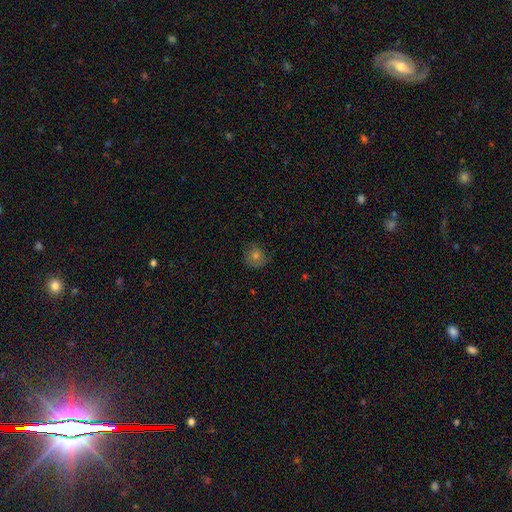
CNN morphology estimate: Smooth or featured? Predicted: smooth (p=0.67). How rounded? Predicted: round (p=0.87). Merging? Predicted: none (p=0.78).